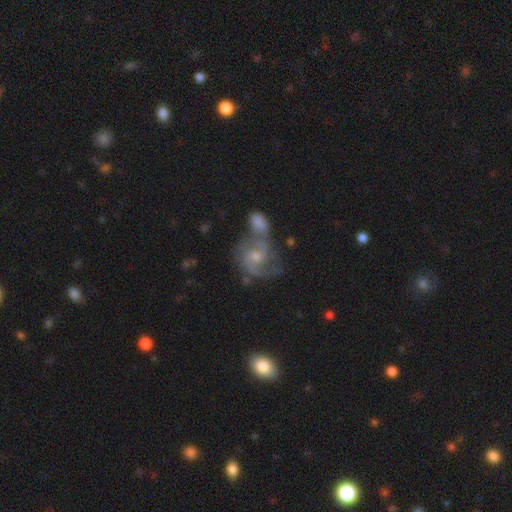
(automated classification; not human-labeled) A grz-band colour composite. It shows a featured or disk galaxy (81%) with no bar (60%), 2 (62%) medium (53%) spiral arms (94%) and a small central bulge (50%). Merging: merger (38%).